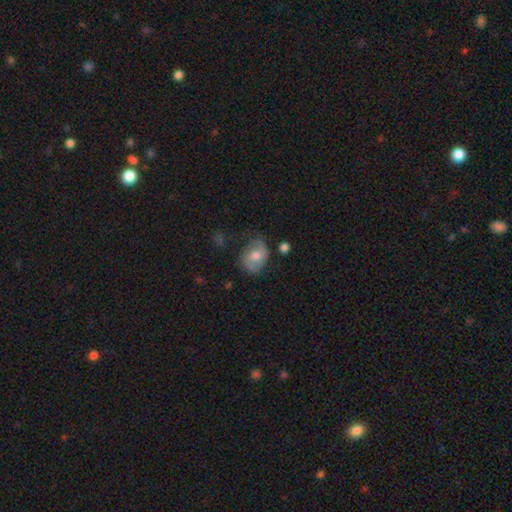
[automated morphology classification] Smooth or featured?
  - smooth: 55% *
  - featured or disk: 37%
  - star or artifact: 7%
How rounded?
  - in between: 60% *
  - round: 39%
  - cigar-shaped: 1%
Merging?
  - none: 62% *
  - minor disturbance: 26%
  - major disturbance: 9%
  - merger: 3%